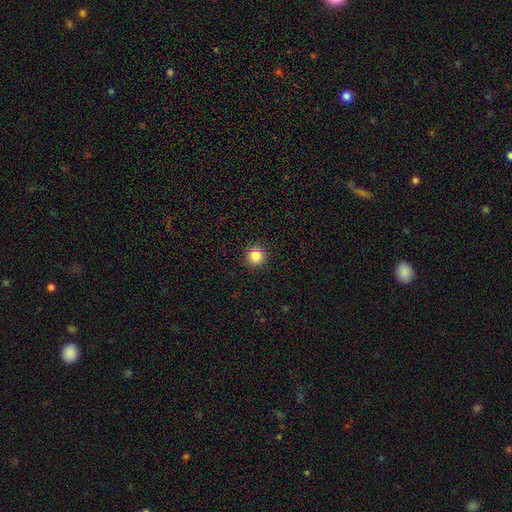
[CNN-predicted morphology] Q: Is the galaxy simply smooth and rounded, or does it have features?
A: smooth — 85%.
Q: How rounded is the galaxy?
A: round — 95%.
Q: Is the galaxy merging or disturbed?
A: none — 92%.